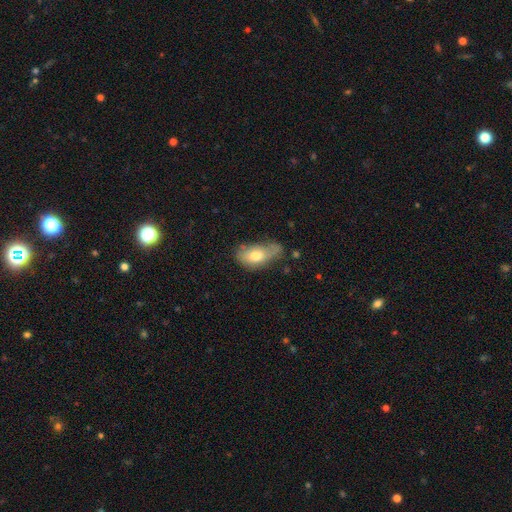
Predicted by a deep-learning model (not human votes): The model was most divided on "merging": minor disturbance: 37%, none: 33%, major disturbance: 22%, merger: 7%. More confident: how rounded — in between (88%); smooth or featured — smooth (71%).